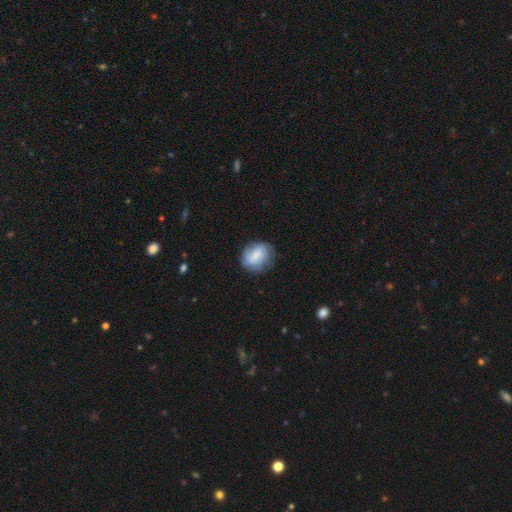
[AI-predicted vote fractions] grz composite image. It shows a smooth galaxy with no disk features (77%) that is round (57%). Merging: none (73%).